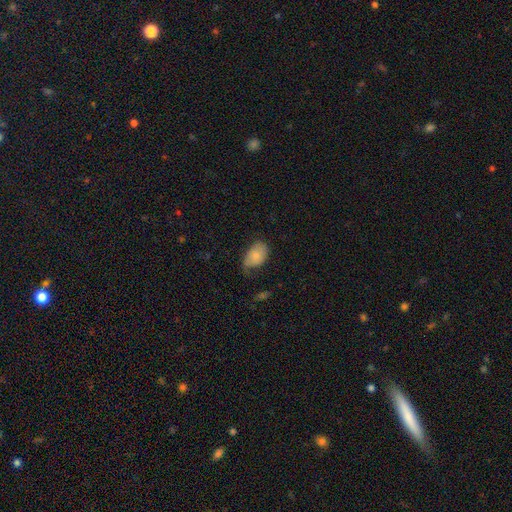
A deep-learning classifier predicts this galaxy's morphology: Overall: smooth (72%). How rounded: in between (89%). Merging: none (40%; minor disturbance 38%).